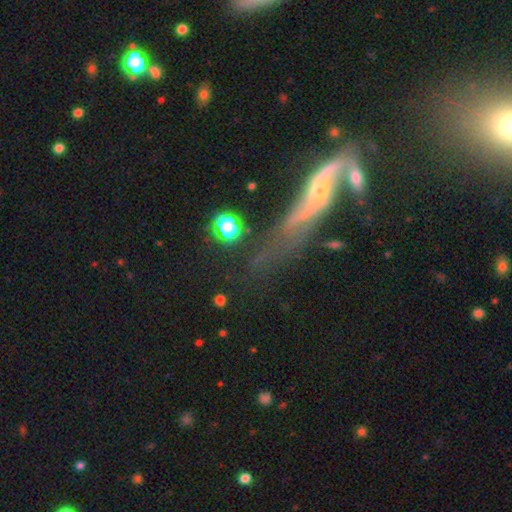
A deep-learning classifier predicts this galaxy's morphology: smooth-or-featured: featured or disk: 66% | smooth: 20% | star or artifact: 14%
  disk-edge-on: no: 63% | yes: 37%
  merging: none: 32% | merger: 27% | major disturbance: 25% | minor disturbance: 16%